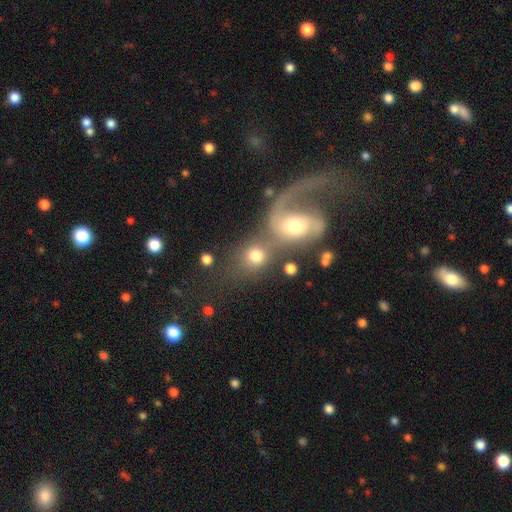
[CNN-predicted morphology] This is likely a smooth galaxy (70%). How rounded: likely round (67%). Merging: possibly merger (52%).